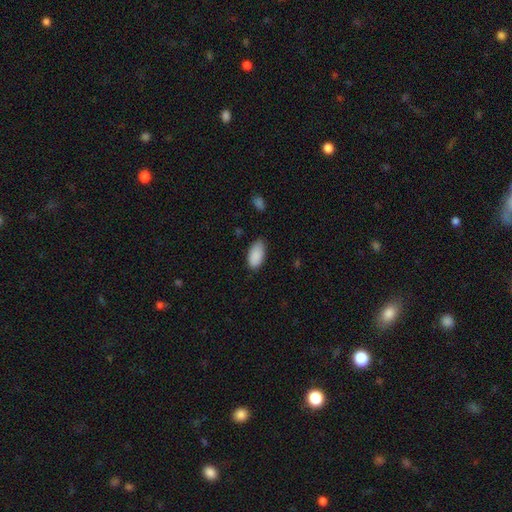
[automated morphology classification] This is clearly a smooth galaxy (90%). How rounded: clearly in between (94%). Merging: likely none (78%).